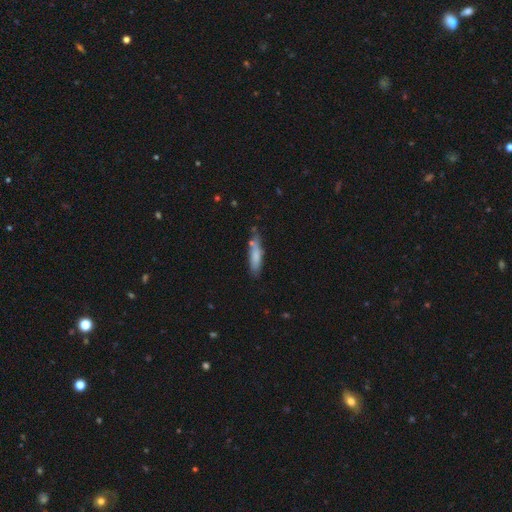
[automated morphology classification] Smooth or featured: smooth — 76% (featured or disk — 17%)
How rounded: cigar-shaped — 73% (in between — 25%)
Merging: none — 61% (minor disturbance — 26%)